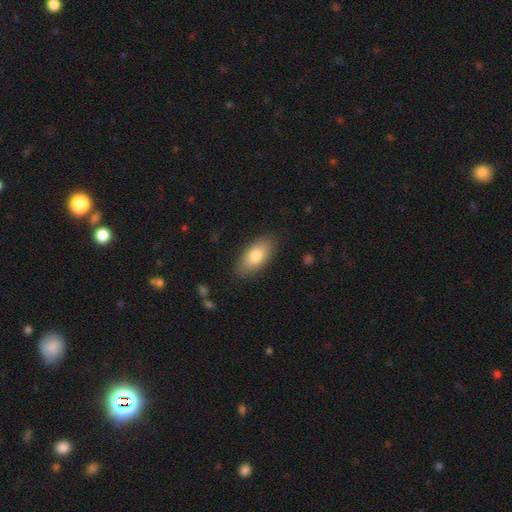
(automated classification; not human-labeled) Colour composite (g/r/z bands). It shows a smooth galaxy with no disk features (79%) that is in between round and cigar-shaped (89%). Merging: none (85%).